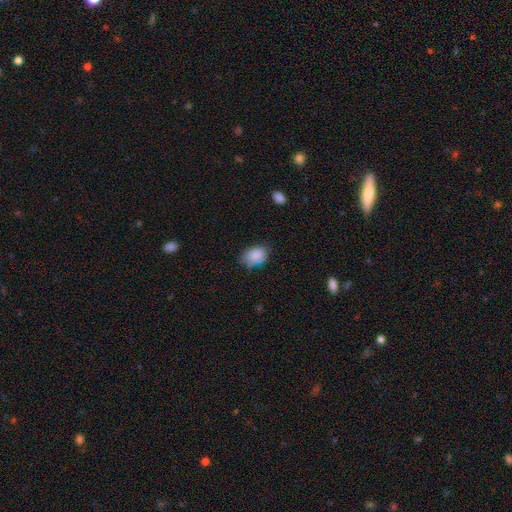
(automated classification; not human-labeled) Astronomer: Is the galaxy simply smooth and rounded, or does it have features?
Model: smooth — 86%.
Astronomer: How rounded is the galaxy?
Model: in between — 80%.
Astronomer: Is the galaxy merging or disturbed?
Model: none — 68%.